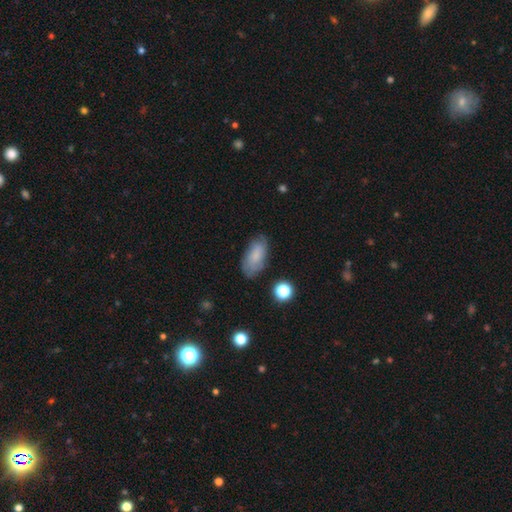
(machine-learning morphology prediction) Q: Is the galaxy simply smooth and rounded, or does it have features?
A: smooth — 58%.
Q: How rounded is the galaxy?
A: in between — 90%.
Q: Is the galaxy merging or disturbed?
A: none — 75%.